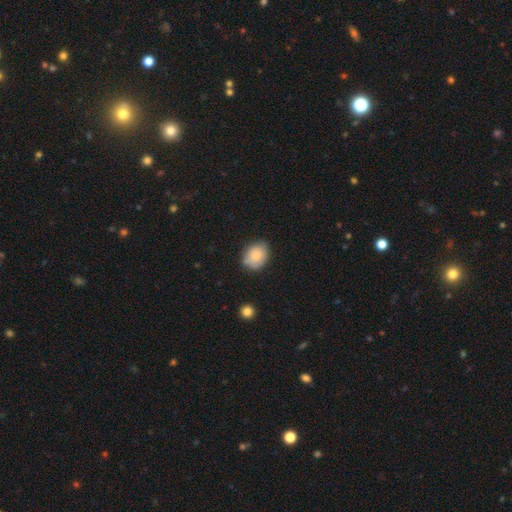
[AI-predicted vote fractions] Smooth or featured: smooth — 78% (featured or disk — 14%)
How rounded: in between — 60% (round — 39%)
Merging: none — 68% (minor disturbance — 25%)